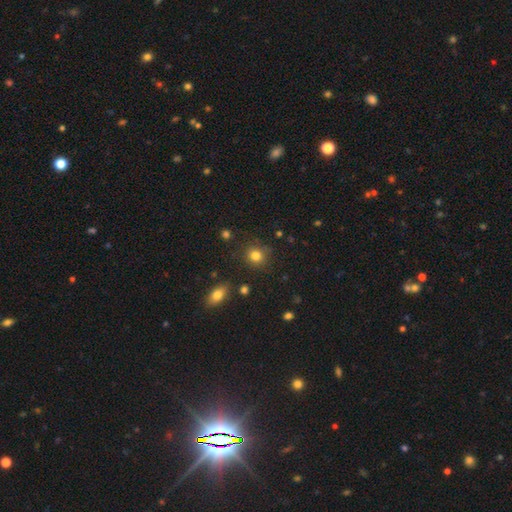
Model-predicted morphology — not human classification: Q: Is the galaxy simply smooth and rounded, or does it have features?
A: smooth — 82%.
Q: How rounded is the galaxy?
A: round — 84%.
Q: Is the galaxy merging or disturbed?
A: none — 84%.